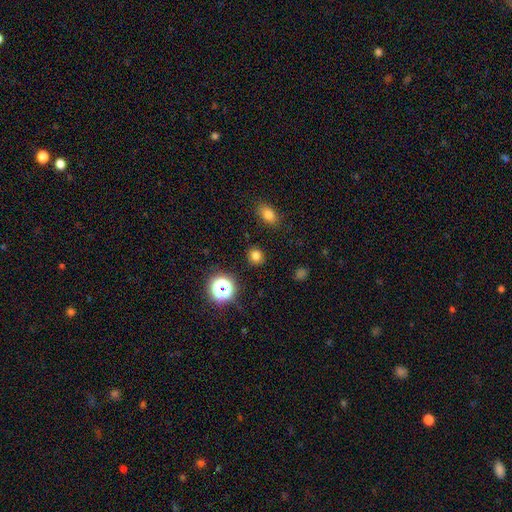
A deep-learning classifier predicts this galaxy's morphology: Smooth or featured? smooth (76%)
How rounded? round (81%)
Merging? none (89%)